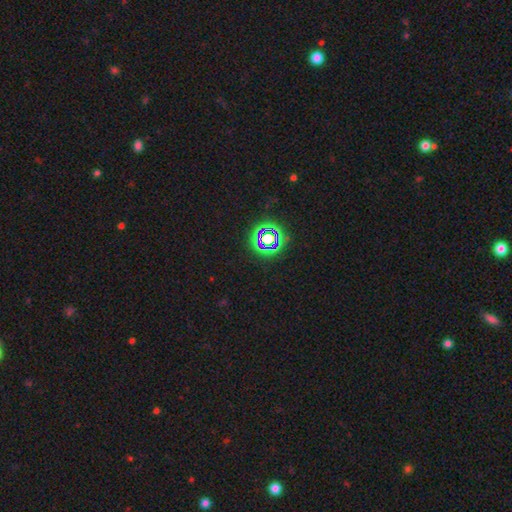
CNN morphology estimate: The model was most divided on "smooth or featured": star or artifact: 57%, smooth: 35%, featured or disk: 8%.